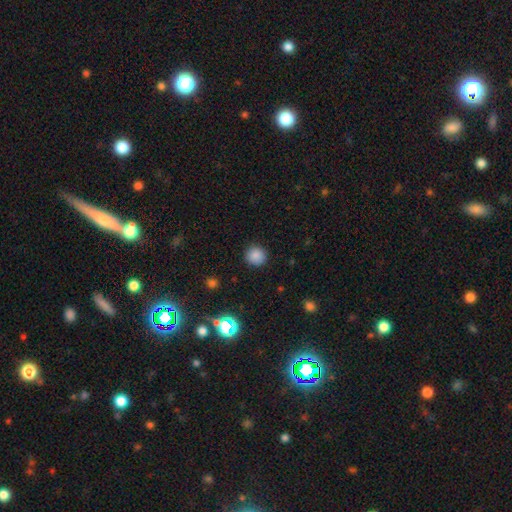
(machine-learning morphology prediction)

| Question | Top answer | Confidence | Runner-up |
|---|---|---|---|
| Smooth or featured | smooth | 85% | star or artifact (11%) |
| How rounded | round | 91% | in between (8%) |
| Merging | none | 90% | minor disturbance (7%) |